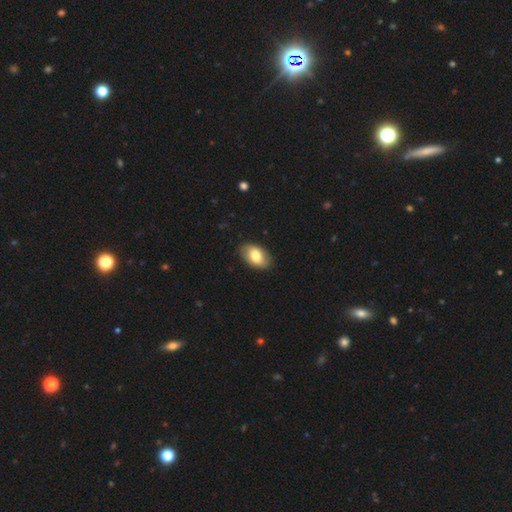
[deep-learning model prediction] The model was most divided on "smooth or featured": smooth: 78%, featured or disk: 16%, star or artifact: 6%. More confident: how rounded — in between (93%); merging — none (86%).